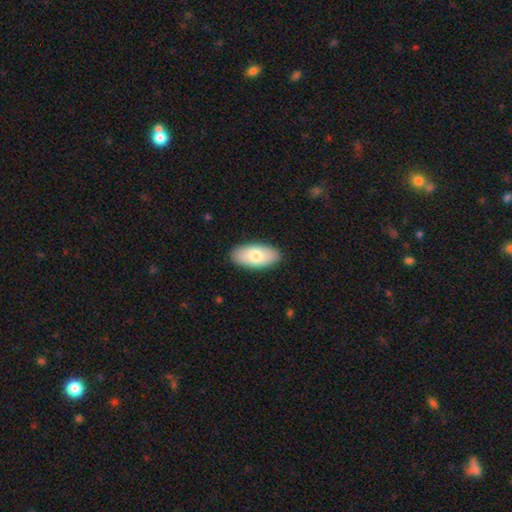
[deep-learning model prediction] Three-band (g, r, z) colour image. It shows a smooth galaxy with no disk features (77%) that is in between round and cigar-shaped (93%). Merging: none (89%).